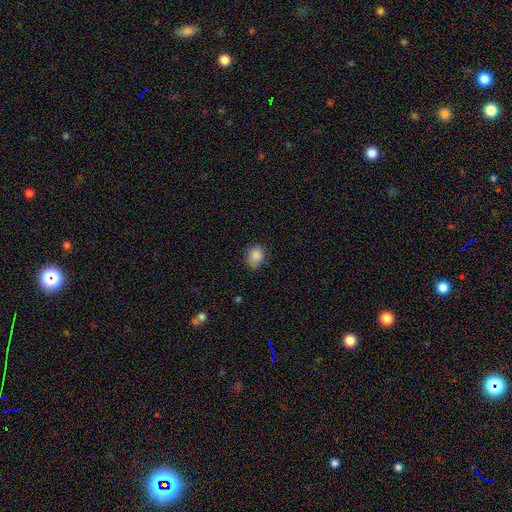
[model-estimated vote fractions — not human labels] A smooth galaxy with no disk features (86%) that is in between round and cigar-shaped (52%). Merging: none (70%).